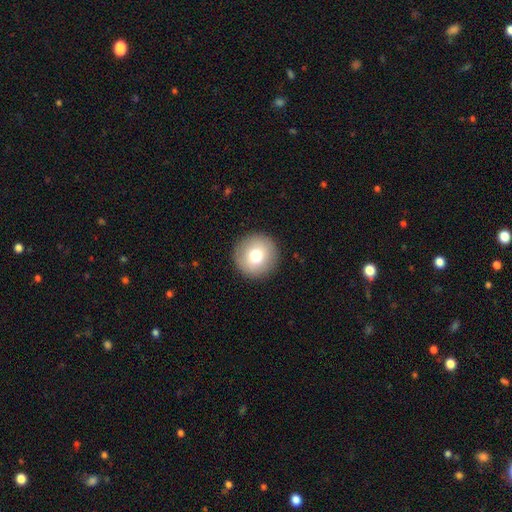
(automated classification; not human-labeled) Smooth or featured? smooth (76%)
How rounded? round (95%)
Merging? none (92%)